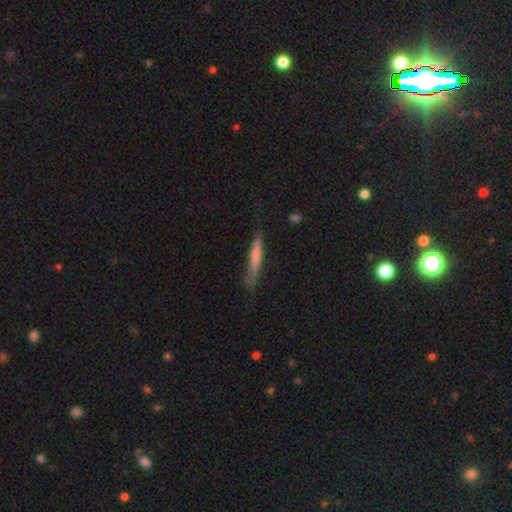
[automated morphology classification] smooth_or_featured: smooth (p=0.65) [alt: featured or disk p=0.29]
how_rounded: cigar-shaped (p=0.93) [alt: in between p=0.05]
merging: none (p=0.69) [alt: minor disturbance p=0.23]